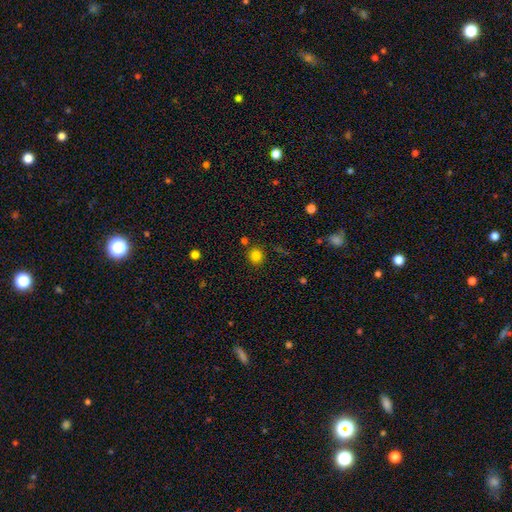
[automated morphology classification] A smooth galaxy with no disk features (82%) that is round (86%).

Vote fractions:
- Smooth or featured? smooth: 82% / star or artifact: 14% / featured or disk: 4%
- How rounded? round: 86% / in between: 13% / cigar-shaped: 1%
- Merging? none: 83% / minor disturbance: 8% / merger: 6% / major disturbance: 3%